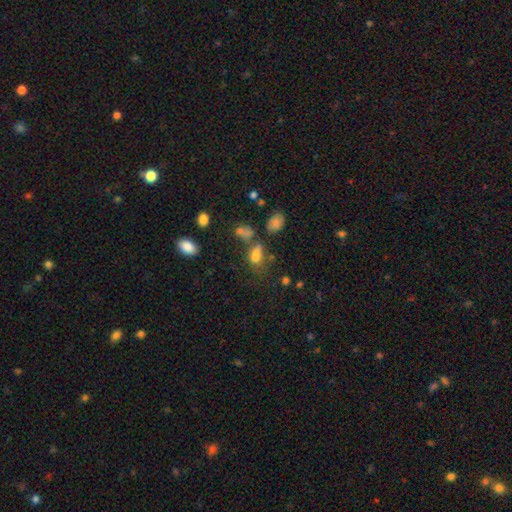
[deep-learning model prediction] Smooth or featured?
  - smooth: 69% *
  - star or artifact: 18%
  - featured or disk: 13%
How rounded?
  - in between: 66% *
  - round: 29%
  - cigar-shaped: 5%
Merging?
  - none: 40% *
  - merger: 27%
  - minor disturbance: 18%
  - major disturbance: 15%